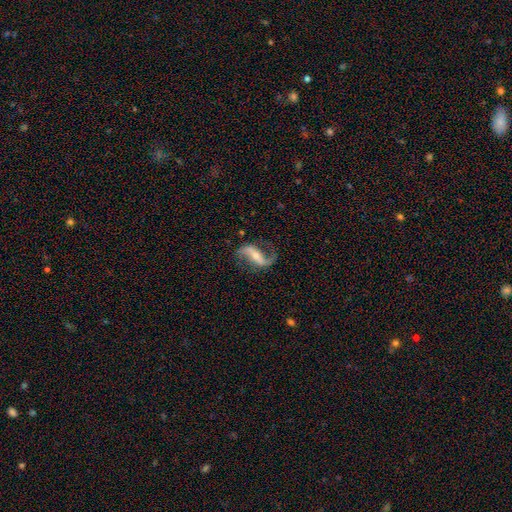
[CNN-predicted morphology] Smooth or featured? featured or disk (87%)
Edge-on disk? no (94%)
Bar? strong (51%)
Spiral arms? yes (95%)
Spiral winding? loose (75%)
Spiral arm count? 2 (87%)
Bulge size? small (56%)
Merging? none (71%)